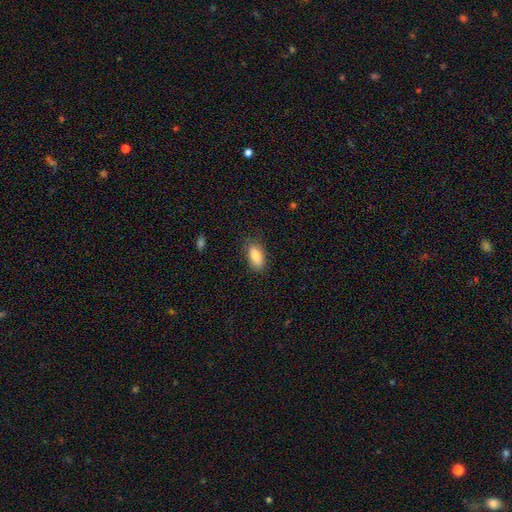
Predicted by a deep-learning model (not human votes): A smooth galaxy with no disk features (80%) that is in between round and cigar-shaped (85%). Merging: none (83%).